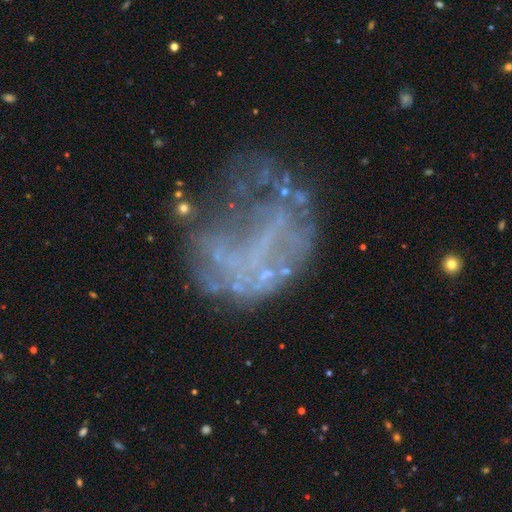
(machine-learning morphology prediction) This appears to be a featured or disk galaxy (61%) with no bar (85%), no spiral arms (85%) and no central bulge (84%). Merging: none (41%).